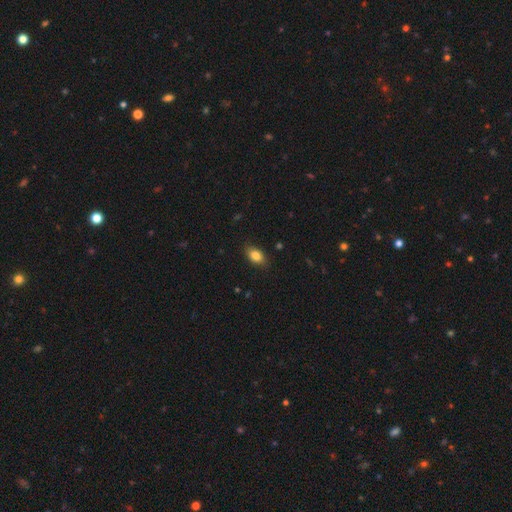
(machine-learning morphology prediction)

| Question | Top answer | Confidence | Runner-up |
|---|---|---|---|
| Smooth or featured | smooth | 84% | star or artifact (8%) |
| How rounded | in between | 86% | round (11%) |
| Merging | none | 84% | minor disturbance (12%) |